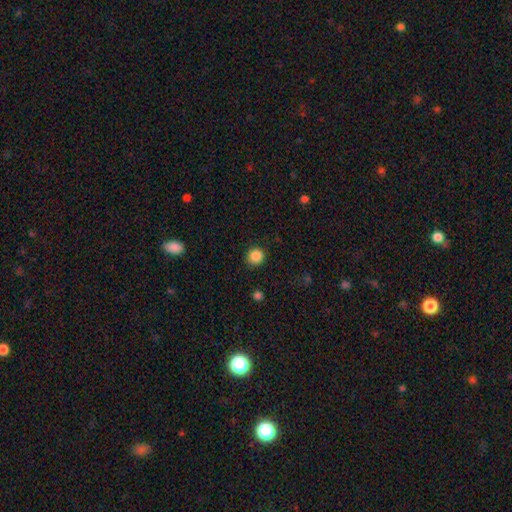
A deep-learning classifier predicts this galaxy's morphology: The model was most divided on "smooth or featured": smooth: 87%, star or artifact: 10%, featured or disk: 3%. More confident: merging — none (89%); how rounded — round (89%).